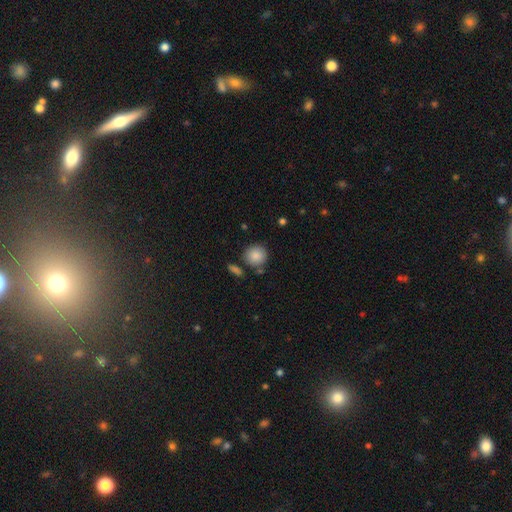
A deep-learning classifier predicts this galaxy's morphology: A smooth galaxy with no disk features (87%) that is round (89%). Merging: none (77%).